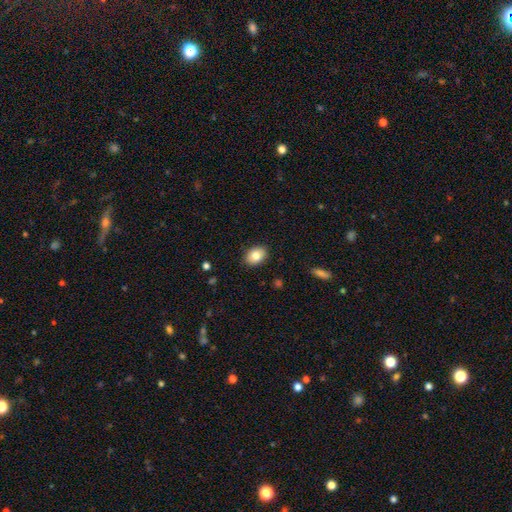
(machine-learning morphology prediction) smooth 81%, featured or disk 11%, star or artifact 8%. Down the decision tree: how rounded — in between (68%); merging — none (89%).